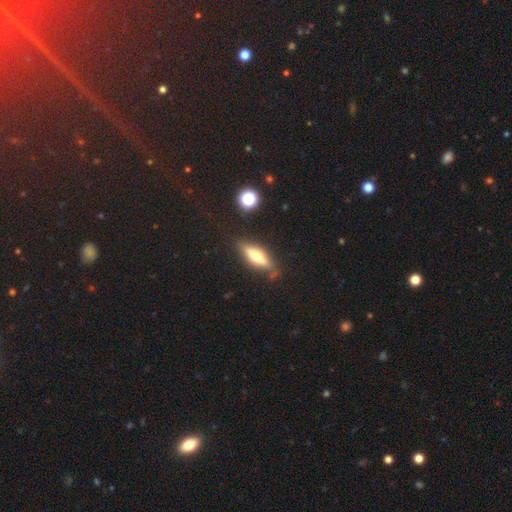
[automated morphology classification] type=featured or disk (50%); edge-on=yes (88%); merging=none (77%).